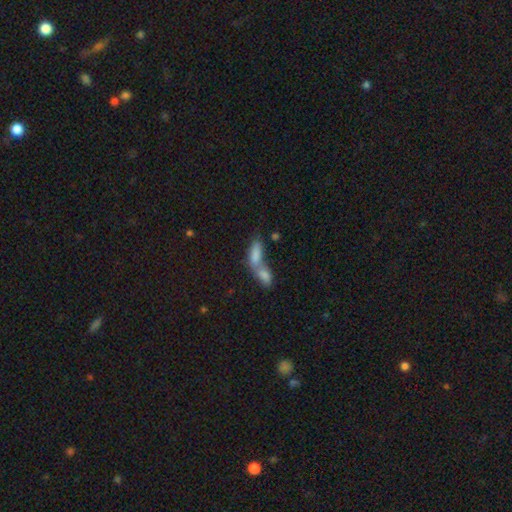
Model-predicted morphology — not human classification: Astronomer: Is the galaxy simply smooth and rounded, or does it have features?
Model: smooth — 79%.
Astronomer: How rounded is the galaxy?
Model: in between — 75%.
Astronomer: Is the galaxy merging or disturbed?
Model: merger — 72%.